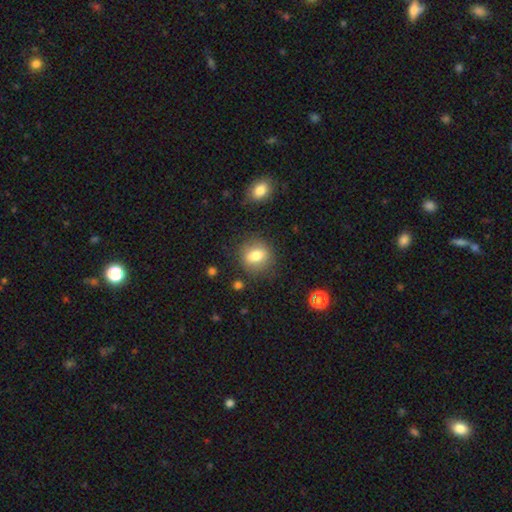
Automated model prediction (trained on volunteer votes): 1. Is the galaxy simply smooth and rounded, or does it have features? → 74% smooth, 16% featured or disk, 10% star or artifact.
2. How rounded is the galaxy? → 65% round, 33% in between, 2% cigar-shaped.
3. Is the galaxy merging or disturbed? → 83% none, 11% minor disturbance, 4% major disturbance, 2% merger.